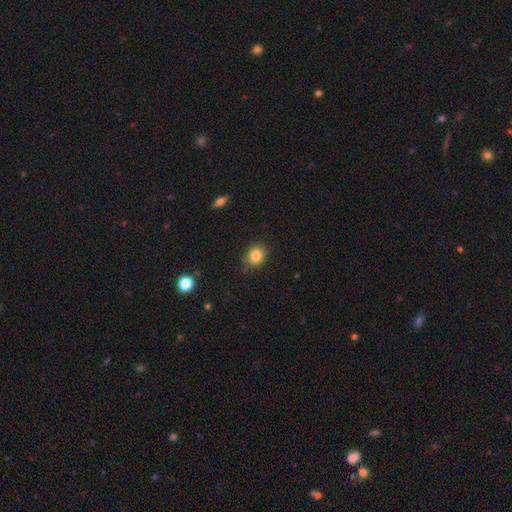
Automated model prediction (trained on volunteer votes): Morphology: type=smooth (83%); roundness=round (65%); merging=none (84%).